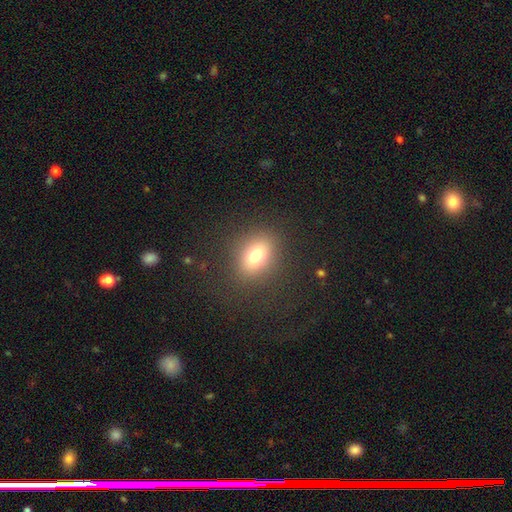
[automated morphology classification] The model was most divided on "how rounded": in between: 58%, round: 40%, cigar-shaped: 2%. More confident: merging — none (84%); smooth or featured — smooth (75%).